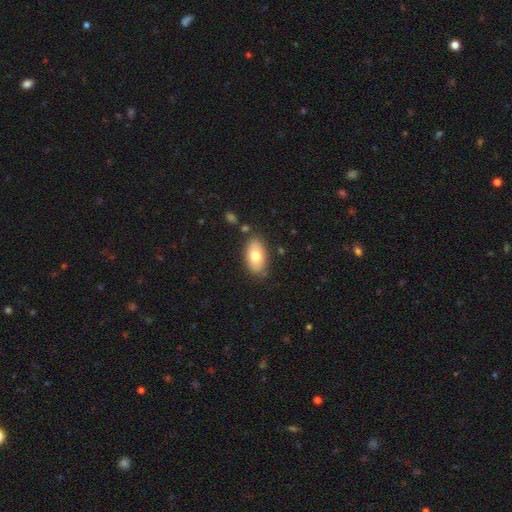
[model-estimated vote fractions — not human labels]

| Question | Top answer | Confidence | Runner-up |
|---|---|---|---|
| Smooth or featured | smooth | 74% | featured or disk (19%) |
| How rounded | in between | 92% | round (5%) |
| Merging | none | 81% | minor disturbance (12%) |